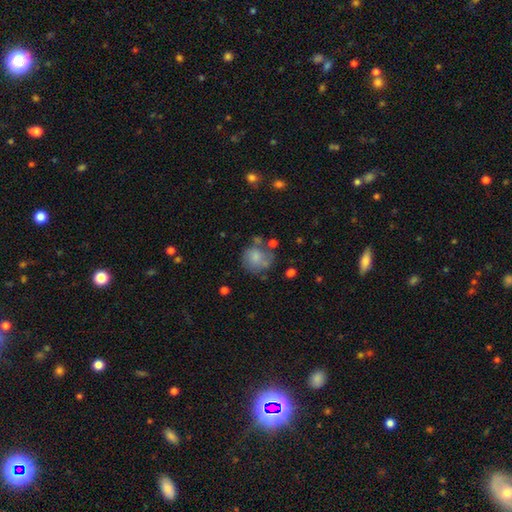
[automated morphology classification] type=smooth (56%); roundness=round (79%); merging=none (53%).